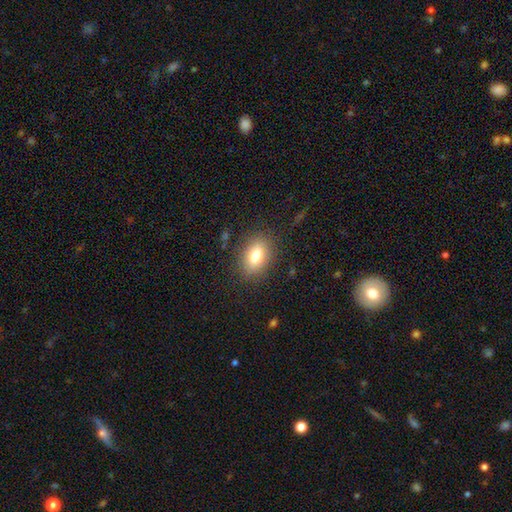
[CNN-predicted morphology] smooth-or-featured: smooth: 78% | featured or disk: 12% | star or artifact: 10%
  how-rounded: in between: 80% | round: 19% | cigar-shaped: 2%
  merging: none: 84% | minor disturbance: 10% | major disturbance: 4% | merger: 1%